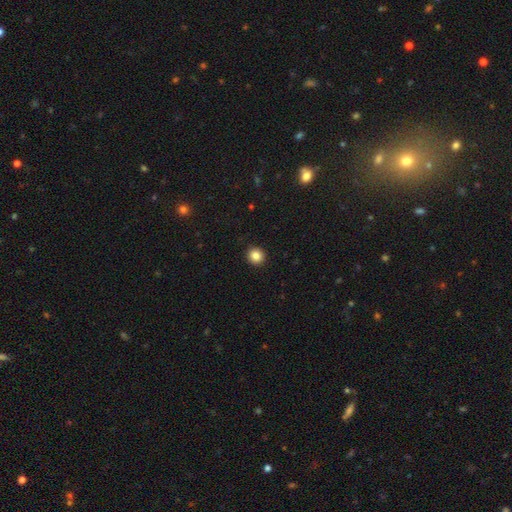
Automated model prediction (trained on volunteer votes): A smooth galaxy with no disk features (86%) that is round (94%).

Vote fractions:
- Smooth or featured? smooth: 86% / star or artifact: 10% / featured or disk: 4%
- How rounded? round: 94% / in between: 5% / cigar-shaped: 1%
- Merging? none: 93% / minor disturbance: 5% / major disturbance: 2% / merger: 1%